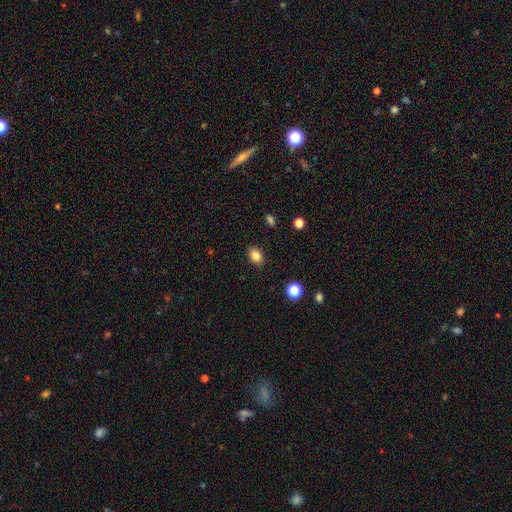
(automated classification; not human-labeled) Overall: smooth (84%). How rounded: in between (72%). Merging: none (88%).